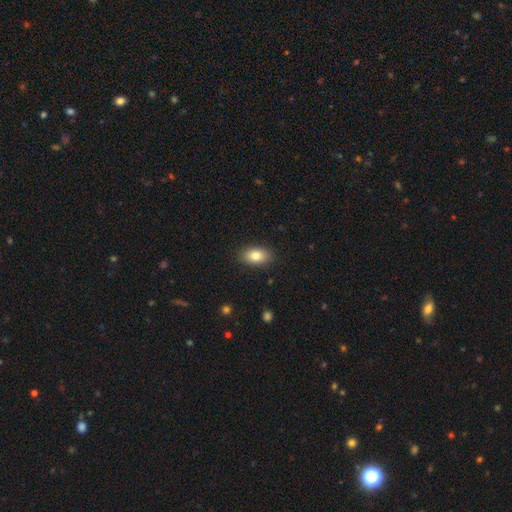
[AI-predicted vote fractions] A smooth galaxy with no disk features (82%) that is in between round and cigar-shaped (90%). Merging: none (88%).